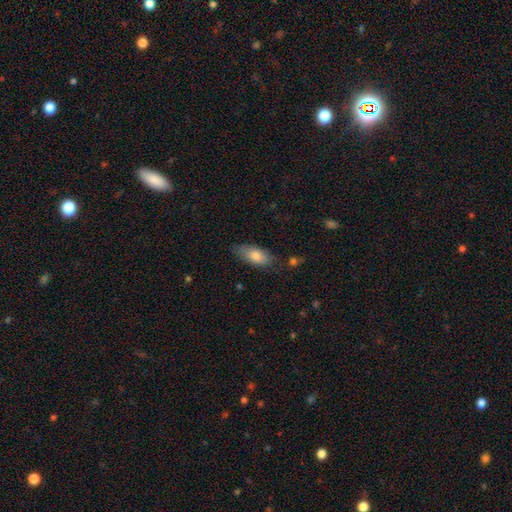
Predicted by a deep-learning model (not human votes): smooth 78%, featured or disk 15%, star or artifact 7%. Down the decision tree: how rounded — in between (82%); merging — none (72%).